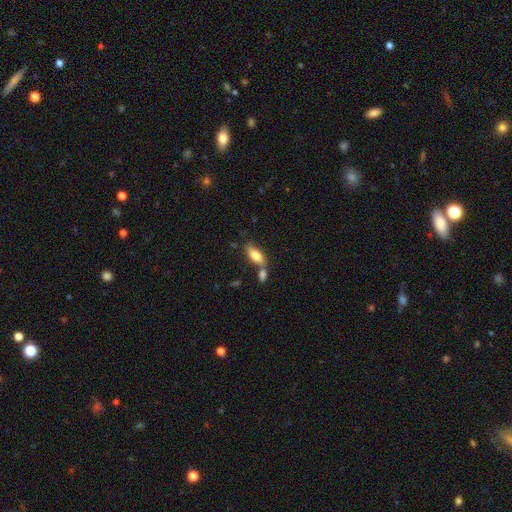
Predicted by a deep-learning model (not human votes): Smooth or featured: smooth — 74% (featured or disk — 19%)
How rounded: in between — 79% (cigar-shaped — 18%)
Merging: none — 52% (merger — 30%)